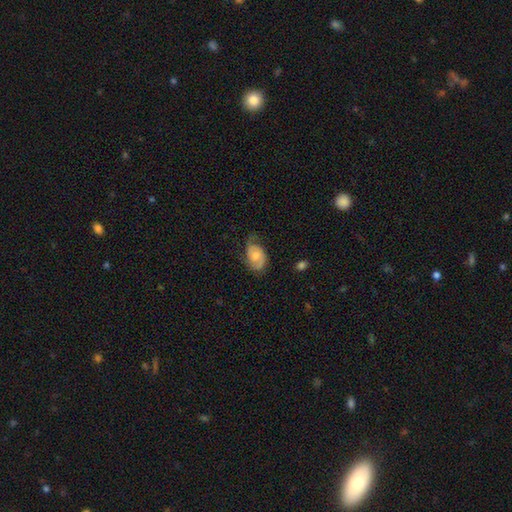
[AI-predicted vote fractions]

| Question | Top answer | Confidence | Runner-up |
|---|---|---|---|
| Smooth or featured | featured or disk | 55% | smooth (38%) |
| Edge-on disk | no | 97% | yes (3%) |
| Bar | no | 64% | weak (32%) |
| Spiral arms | yes | 89% | no (11%) |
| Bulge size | moderate | 47% | small (37%) |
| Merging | none | 54% | minor disturbance (32%) |